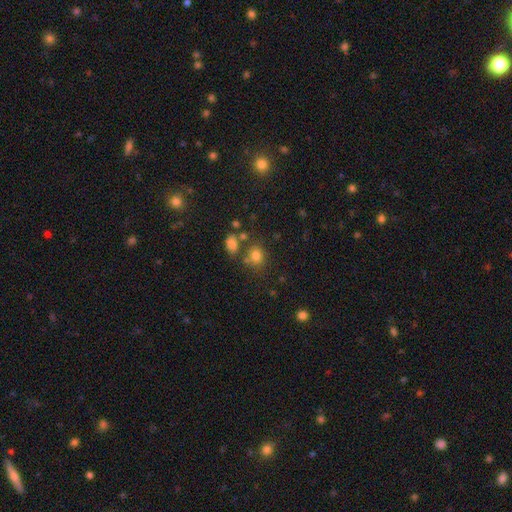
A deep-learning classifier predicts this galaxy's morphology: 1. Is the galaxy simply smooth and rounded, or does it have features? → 77% smooth, 15% star or artifact, 8% featured or disk.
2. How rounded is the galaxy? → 62% round, 37% in between, 1% cigar-shaped.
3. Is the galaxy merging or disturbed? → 66% none, 16% merger, 13% minor disturbance, 5% major disturbance.